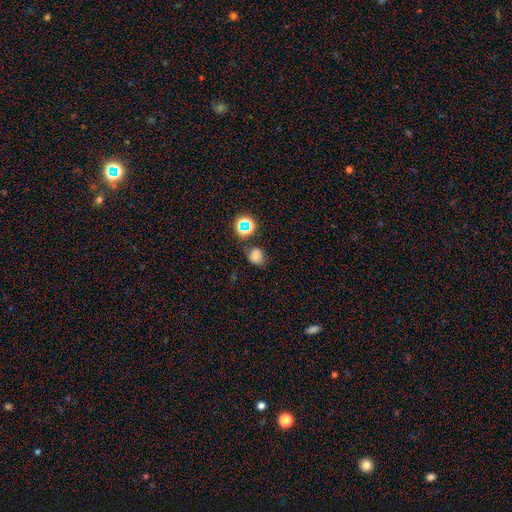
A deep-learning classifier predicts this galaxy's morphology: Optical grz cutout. It shows a smooth galaxy with no disk features (72%) that is round (57%). Merging: none (65%).